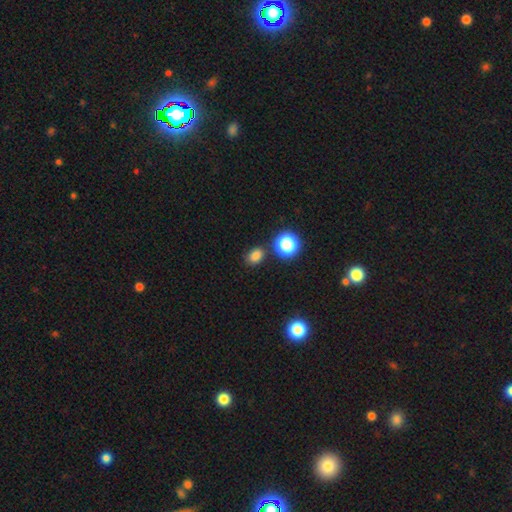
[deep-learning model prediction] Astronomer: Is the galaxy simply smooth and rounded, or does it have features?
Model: smooth — 79%.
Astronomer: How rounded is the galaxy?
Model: in between — 62%.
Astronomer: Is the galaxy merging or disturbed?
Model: none — 79%.